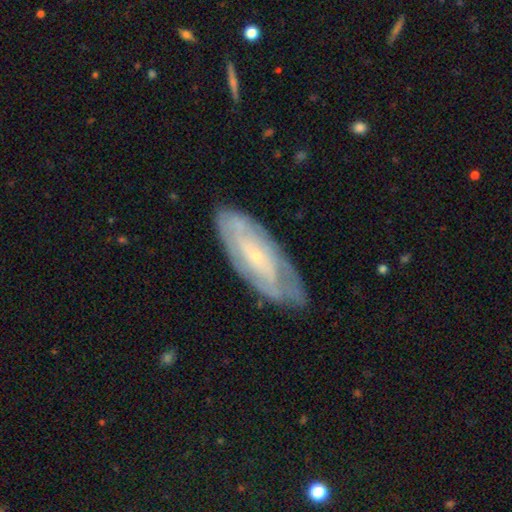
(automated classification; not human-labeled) This is likely a featured or disk galaxy (74%). It is clearly not viewed edge-on (87%). Bar: likely no (62%). Spiral arm pattern: clearly yes (82%). Spiral arm count: possibly can't tell (54%). Spiral winding: likely tight (64%). Central bulge: clearly small (82%). Merging: likely none (75%).